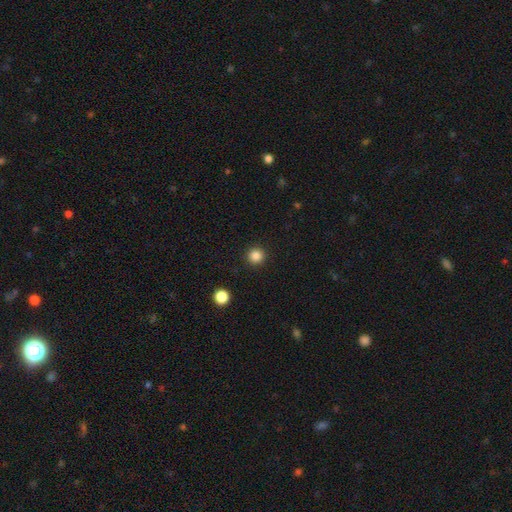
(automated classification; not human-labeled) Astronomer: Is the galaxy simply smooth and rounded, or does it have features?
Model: smooth — 85%.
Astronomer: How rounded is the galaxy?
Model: round — 95%.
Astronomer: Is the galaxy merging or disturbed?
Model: none — 93%.